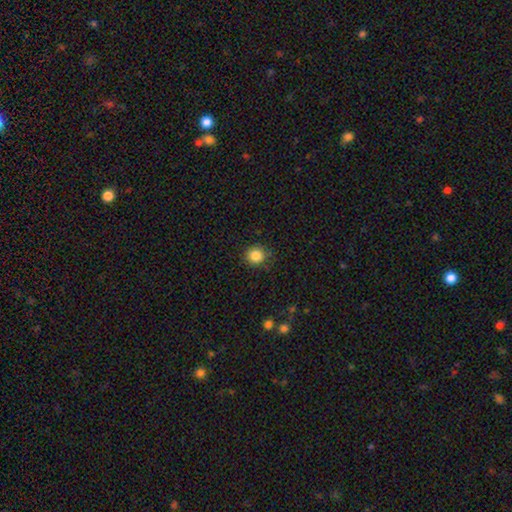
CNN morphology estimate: smooth_or_featured: smooth (p=0.85) [alt: star or artifact p=0.11]
how_rounded: round (p=0.90) [alt: in between p=0.09]
merging: none (p=0.87) [alt: minor disturbance p=0.10]